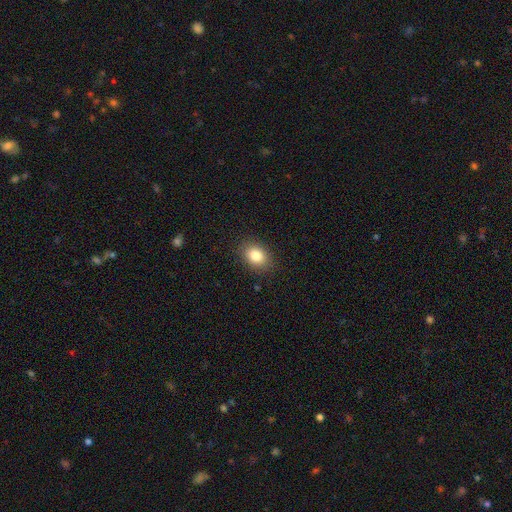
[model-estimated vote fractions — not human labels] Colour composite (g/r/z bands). It shows a smooth galaxy with no disk features (83%) that is in between round and cigar-shaped (64%). Merging: none (87%).